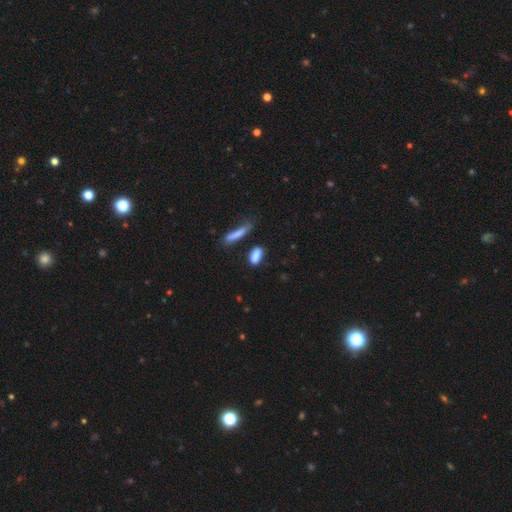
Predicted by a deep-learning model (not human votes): Smooth or featured? smooth (86%)
How rounded? in between (73%)
Merging? none (77%)